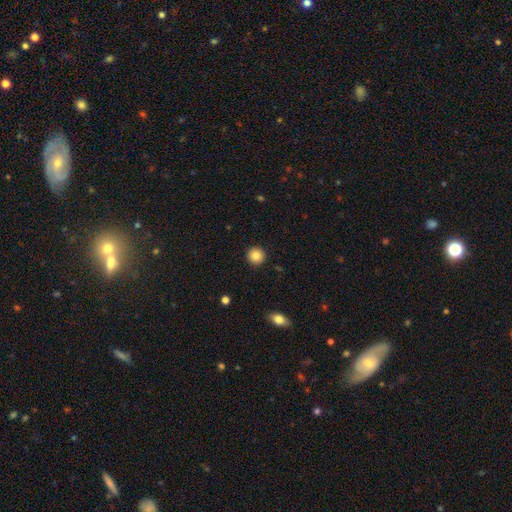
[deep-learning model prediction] smooth-or-featured: smooth: 85% | star or artifact: 9% | featured or disk: 6%
  how-rounded: round: 95% | in between: 4% | cigar-shaped: 1%
  merging: none: 92% | minor disturbance: 5% | major disturbance: 2% | merger: 1%